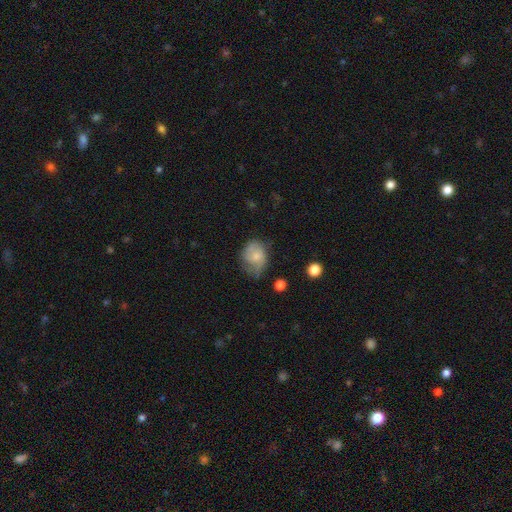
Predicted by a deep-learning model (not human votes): This appears to be a smooth galaxy with no disk features (61%) that is in between round and cigar-shaped (60%). Merging: none (40%).